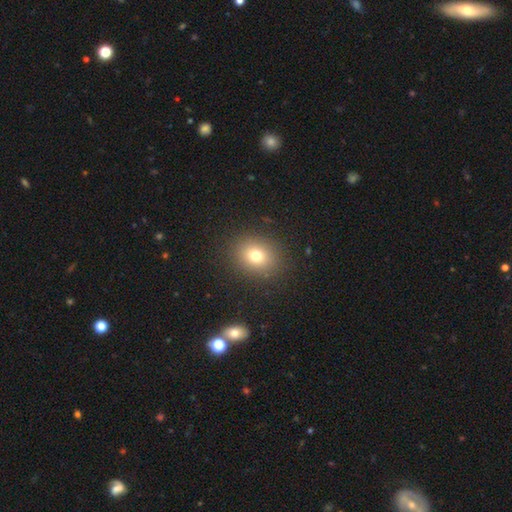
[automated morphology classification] type=smooth (75%); roundness=round (63%); merging=none (89%).